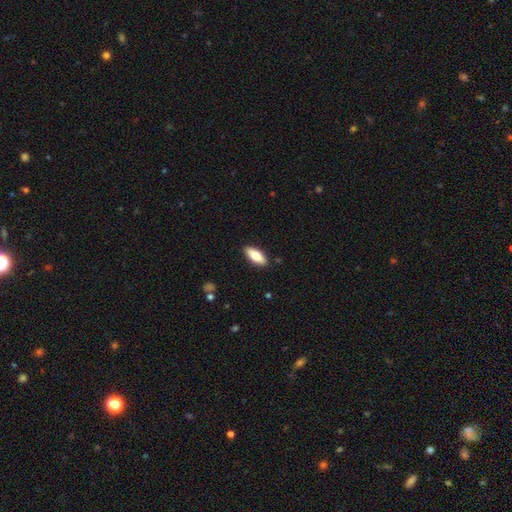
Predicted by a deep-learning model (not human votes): A smooth galaxy with no disk features (75%) that is in between round and cigar-shaped (74%). Merging: none (89%).